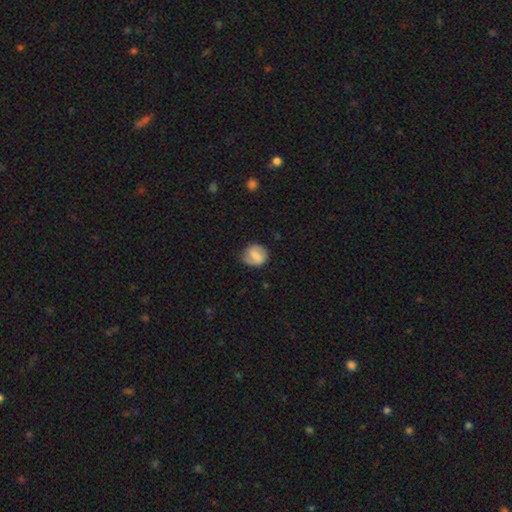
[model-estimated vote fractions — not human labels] Morphology: type=smooth (59%); roundness=round (72%); merging=none (70%).